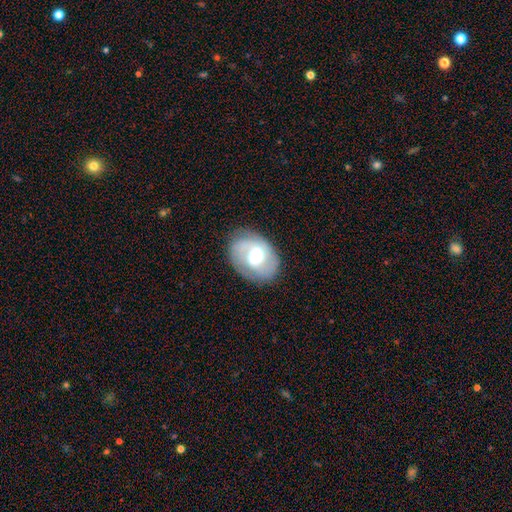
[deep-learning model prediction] This is likely a featured or disk galaxy (65%). It is clearly not viewed edge-on (96%). Bar: possibly weak (49%). Spiral arm pattern: likely yes (79%). Central bulge: likely moderate (64%). Merging: likely none (76%).